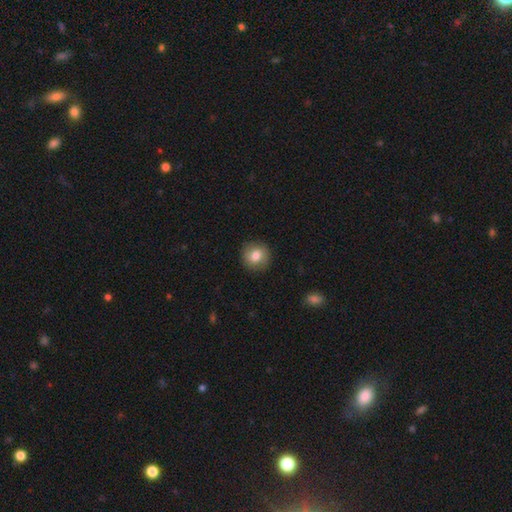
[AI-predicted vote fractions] smooth 80%, featured or disk 12%, star or artifact 9%. Down the decision tree: how rounded — round (91%); merging — none (89%).